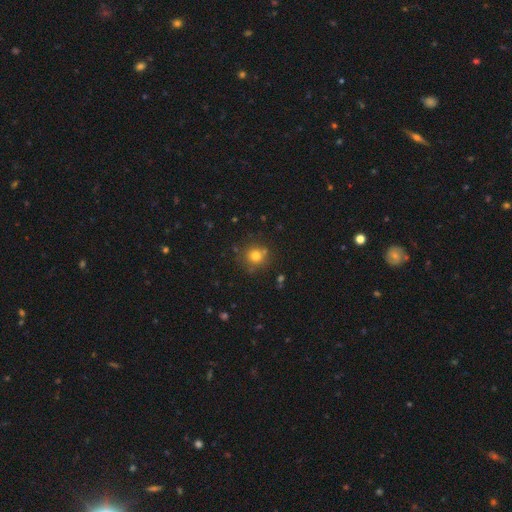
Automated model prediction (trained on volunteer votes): Q: Smooth or featured?
A: smooth (76%); runner-up: star or artifact (15%)
Q: How rounded?
A: round (91%); runner-up: in between (8%)
Q: Merging?
A: none (77%); runner-up: minor disturbance (11%)